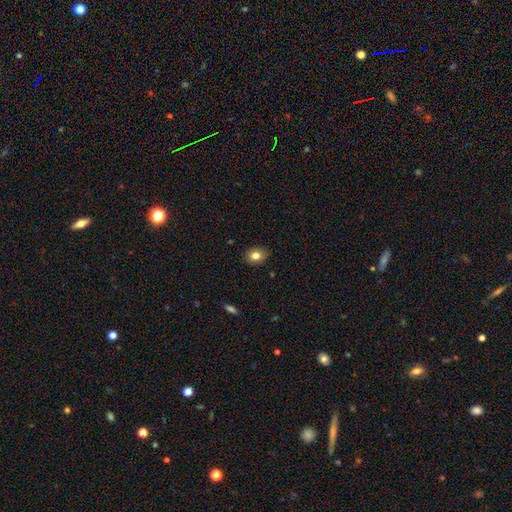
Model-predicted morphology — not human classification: This appears to be a smooth galaxy with no disk features (80%) that is in between round and cigar-shaped (52%). Merging: none (88%).